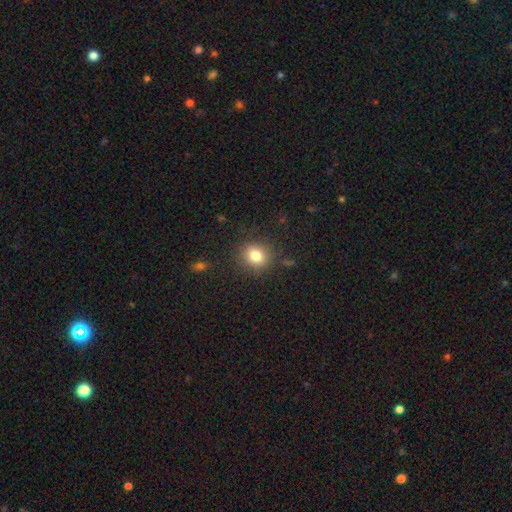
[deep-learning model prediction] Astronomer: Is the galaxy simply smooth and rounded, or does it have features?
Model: smooth — 81%.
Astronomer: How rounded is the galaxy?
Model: round — 72%.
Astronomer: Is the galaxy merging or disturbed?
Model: none — 86%.